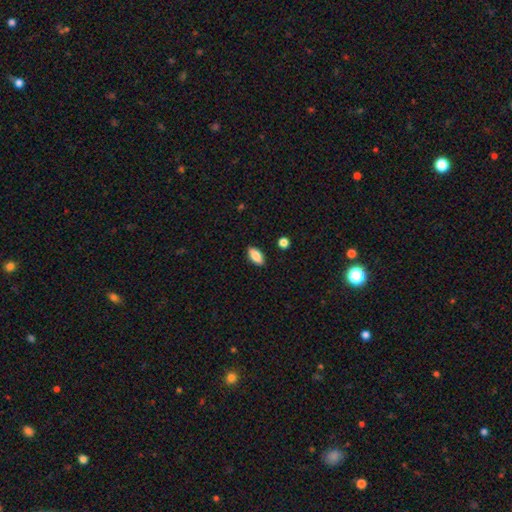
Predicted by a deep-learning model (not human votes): Smooth or featured: smooth — 84% (featured or disk — 9%)
How rounded: in between — 87% (cigar-shaped — 10%)
Merging: none — 88% (minor disturbance — 9%)